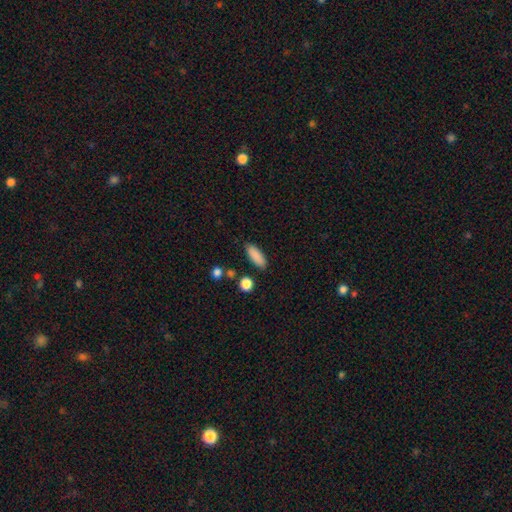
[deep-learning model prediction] This is clearly a smooth galaxy (88%). How rounded: likely in between (70%). Merging: clearly none (85%).